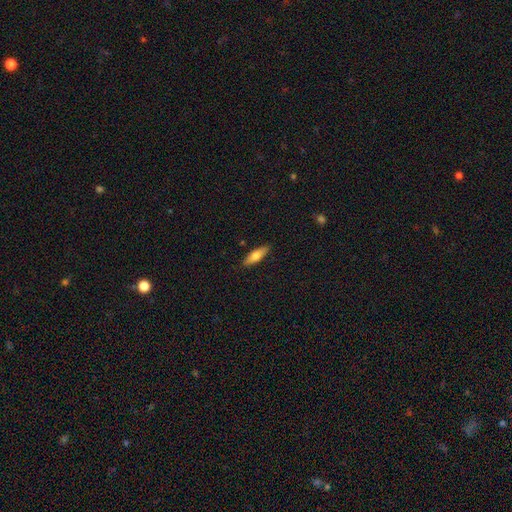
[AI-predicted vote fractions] A smooth galaxy with no disk features (64%) that is cigar-shaped (53%). Merging: none (88%).